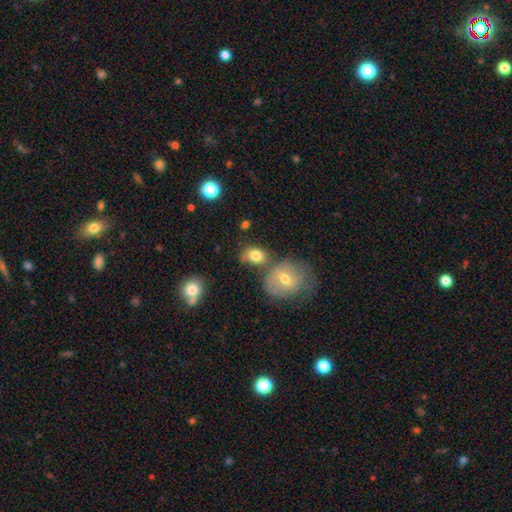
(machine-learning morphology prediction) A smooth galaxy with no disk features (78%) that is in between round and cigar-shaped (59%).

Vote fractions:
- Smooth or featured? smooth: 78% / featured or disk: 13% / star or artifact: 9%
- How rounded? in between: 59% / round: 40% / cigar-shaped: 1%
- Merging? none: 51% / merger: 26% / minor disturbance: 17% / major disturbance: 6%